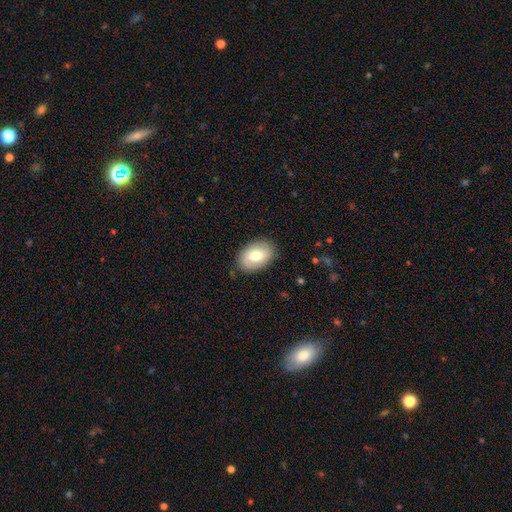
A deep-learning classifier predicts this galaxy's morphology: The model was most divided on "smooth or featured": smooth: 66%, featured or disk: 28%, star or artifact: 6%. More confident: merging — none (85%); how rounded — in between (85%).